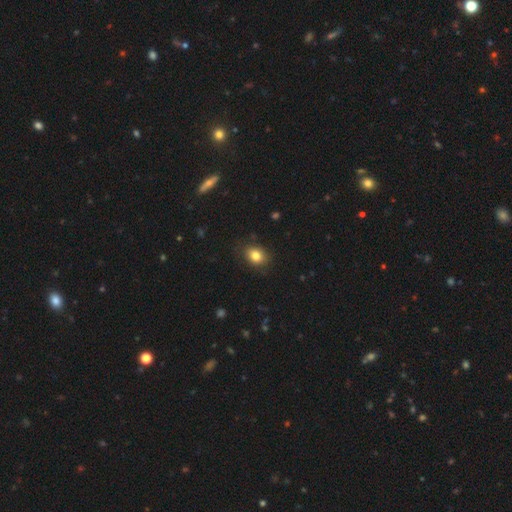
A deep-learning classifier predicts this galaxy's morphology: Overall: smooth (82%). How rounded: in between (60%; round 39%). Merging: none (83%).